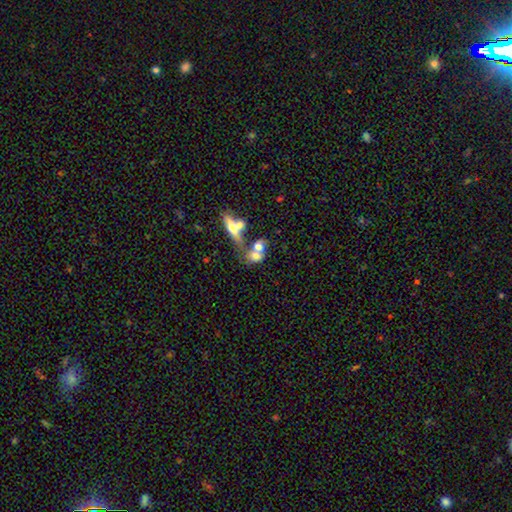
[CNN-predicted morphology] Smooth or featured? smooth (65%)
How rounded? in between (56%)
Merging? merger (62%)